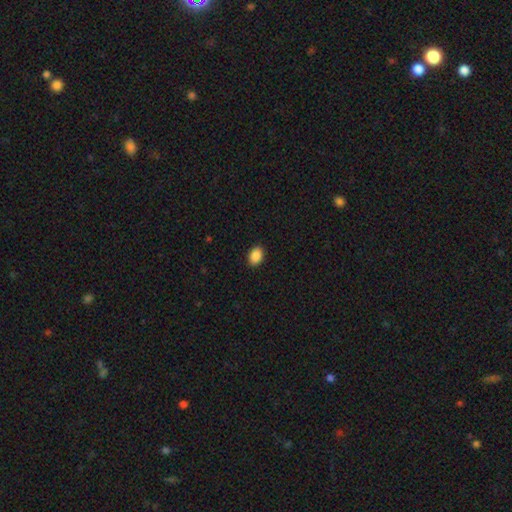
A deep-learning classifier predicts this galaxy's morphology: This is clearly a smooth galaxy (89%). How rounded: clearly in between (82%). Merging: clearly none (91%).